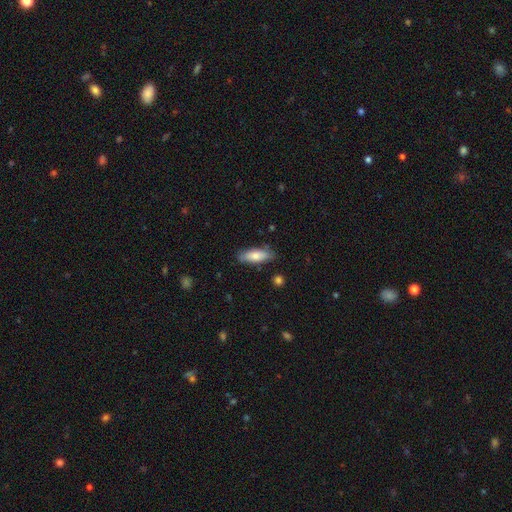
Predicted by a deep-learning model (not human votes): smooth-or-featured: smooth: 76% | featured or disk: 18% | star or artifact: 6%
  how-rounded: in between: 61% | cigar-shaped: 37% | round: 2%
  merging: none: 81% | minor disturbance: 15% | major disturbance: 3% | merger: 2%